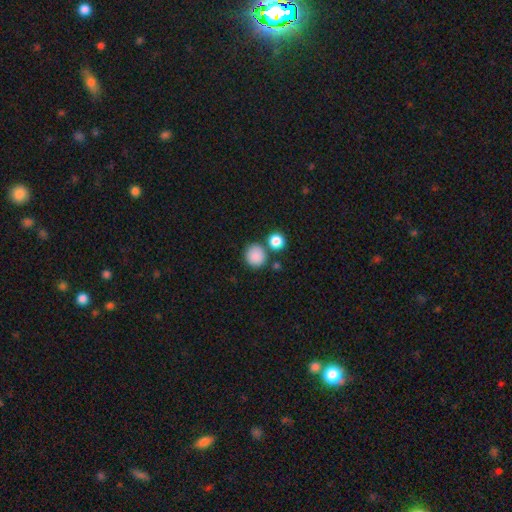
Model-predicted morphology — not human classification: A smooth galaxy with no disk features (86%) that is round (88%).

Vote fractions:
- Smooth or featured? smooth: 86% / star or artifact: 9% / featured or disk: 4%
- How rounded? round: 88% / in between: 11% / cigar-shaped: 1%
- Merging? none: 72% / merger: 15% / minor disturbance: 10% / major disturbance: 3%